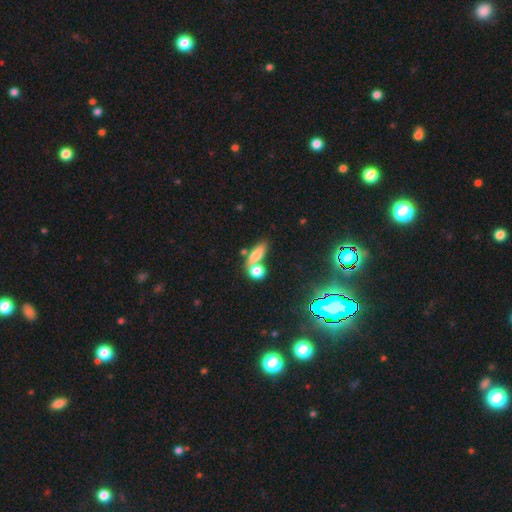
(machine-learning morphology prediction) Smooth or featured?
  - smooth: 71% *
  - featured or disk: 15%
  - star or artifact: 14%
How rounded?
  - in between: 60% *
  - cigar-shaped: 26%
  - round: 14%
Merging?
  - none: 46% *
  - merger: 37%
  - minor disturbance: 11%
  - major disturbance: 6%